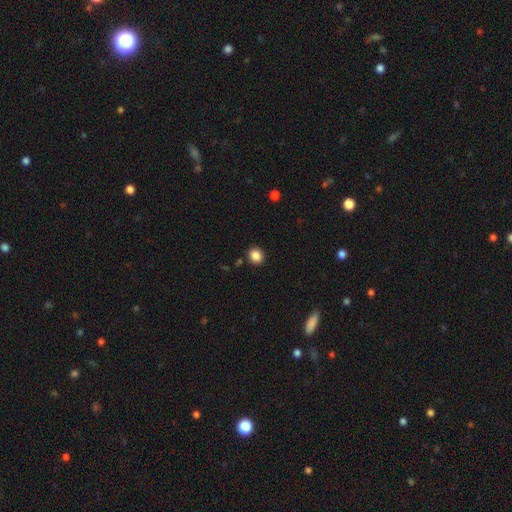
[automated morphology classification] Smooth or featured? Predicted: smooth (p=0.86). How rounded? Predicted: round (p=0.67). Merging? Predicted: none (p=0.89).